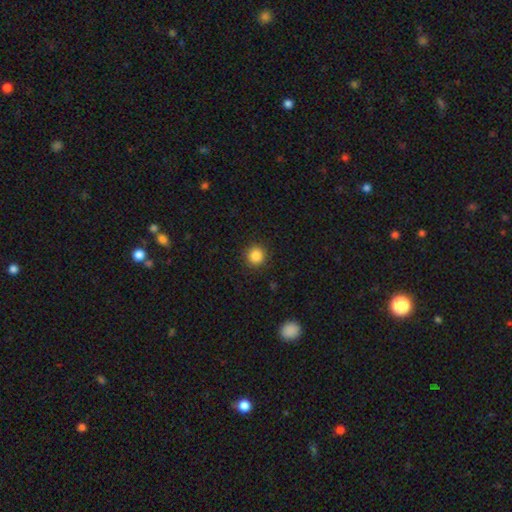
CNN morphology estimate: The model was most divided on "smooth or featured": smooth: 86%, star or artifact: 10%, featured or disk: 4%. More confident: how rounded — round (94%); merging — none (91%).